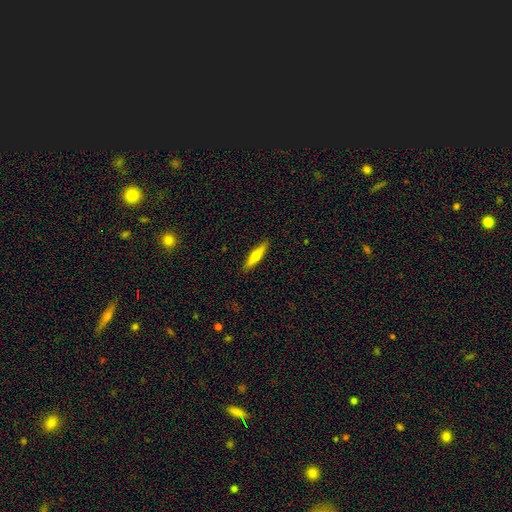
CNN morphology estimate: Smooth or featured? Predicted: smooth (p=0.55). How rounded? Predicted: cigar-shaped (p=0.83). Merging? Predicted: none (p=0.90).